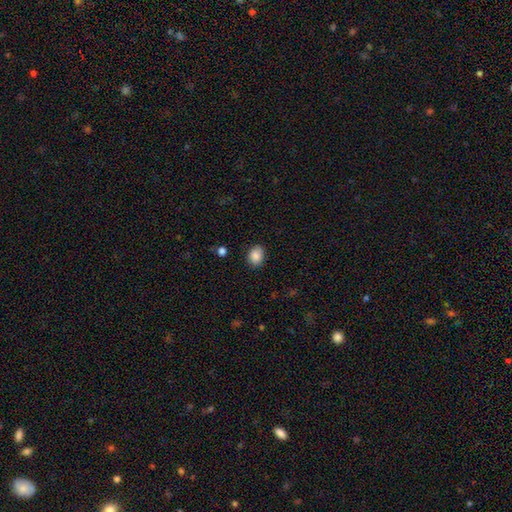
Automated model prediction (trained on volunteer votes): Smooth or featured? Predicted: smooth (p=0.87). How rounded? Predicted: in between (p=0.60). Merging? Predicted: none (p=0.85).